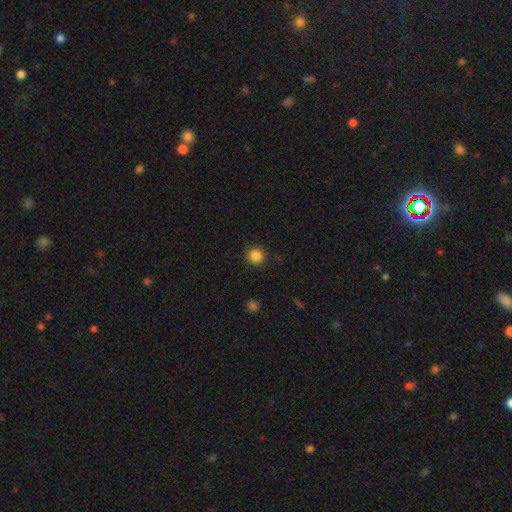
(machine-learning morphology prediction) smooth 86%, star or artifact 11%, featured or disk 3%. Down the decision tree: how rounded — round (94%); merging — none (91%).